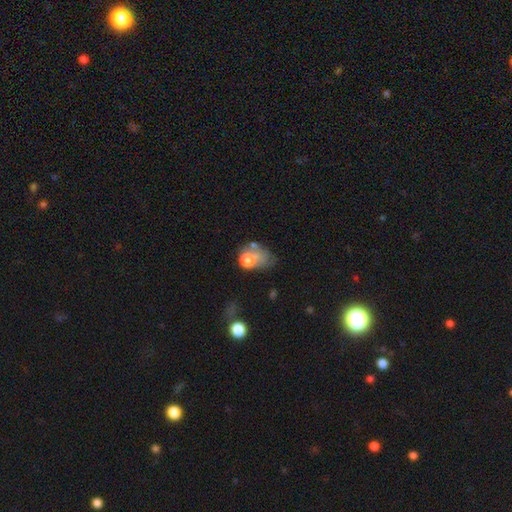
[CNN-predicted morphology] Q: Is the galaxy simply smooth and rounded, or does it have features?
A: smooth — 58%.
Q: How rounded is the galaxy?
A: in between — 61%.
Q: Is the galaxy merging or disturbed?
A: major disturbance — 42%.